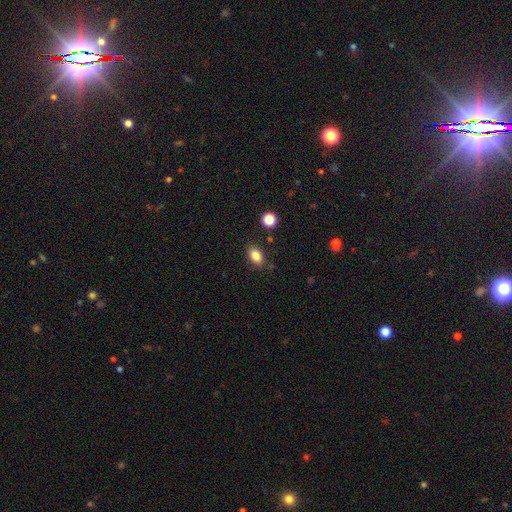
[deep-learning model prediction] Smooth or featured? smooth (84%)
How rounded? in between (84%)
Merging? none (83%)